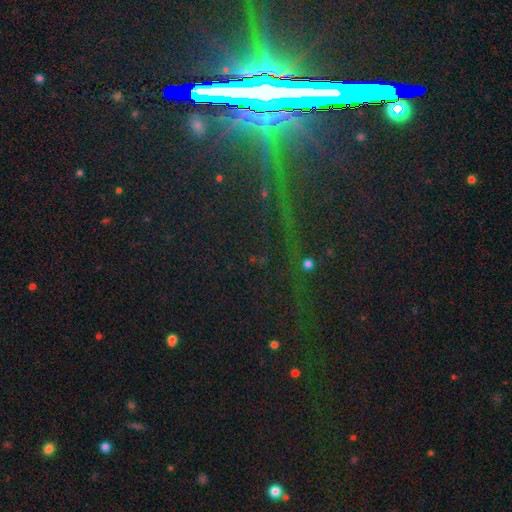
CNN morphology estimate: This is clearly a star or artifact rather than a galaxy (82%).